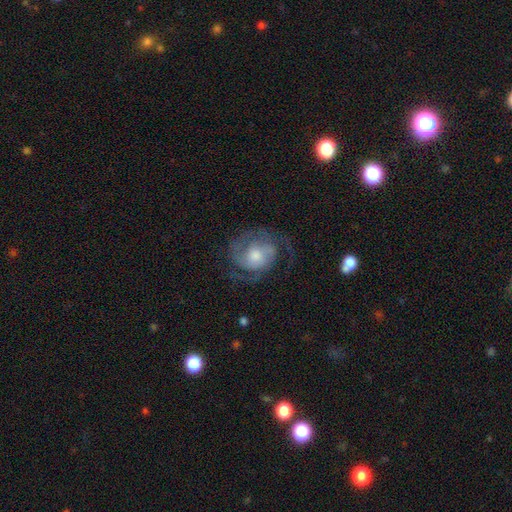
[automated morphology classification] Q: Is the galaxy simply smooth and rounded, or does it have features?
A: featured or disk — 80%.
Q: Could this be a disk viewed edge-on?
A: no — 98%.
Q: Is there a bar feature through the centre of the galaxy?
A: no — 69%.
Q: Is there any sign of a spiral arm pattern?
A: yes — 94%.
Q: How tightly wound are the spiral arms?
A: medium — 44%.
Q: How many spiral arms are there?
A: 2 — 64%.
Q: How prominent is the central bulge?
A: moderate — 53%.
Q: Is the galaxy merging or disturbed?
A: none — 65%.